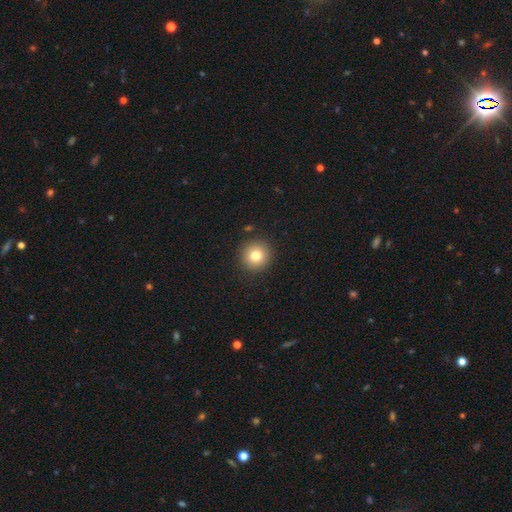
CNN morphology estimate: Smooth or featured: smooth — 78% (star or artifact — 11%)
How rounded: round — 95% (in between — 4%)
Merging: none — 91% (minor disturbance — 6%)